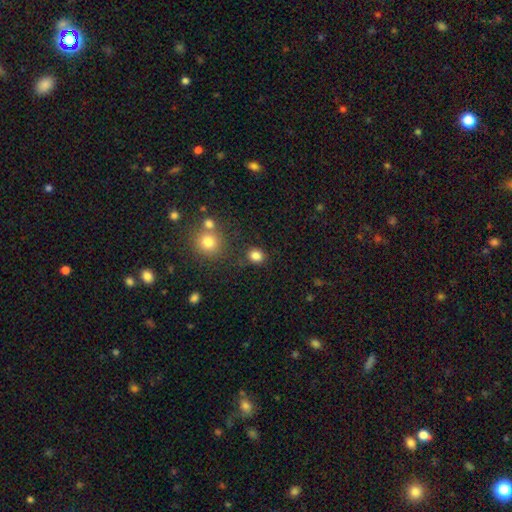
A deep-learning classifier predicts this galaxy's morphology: Smooth or featured? Predicted: smooth (p=0.83). How rounded? Predicted: round (p=0.63). Merging? Predicted: none (p=0.79).